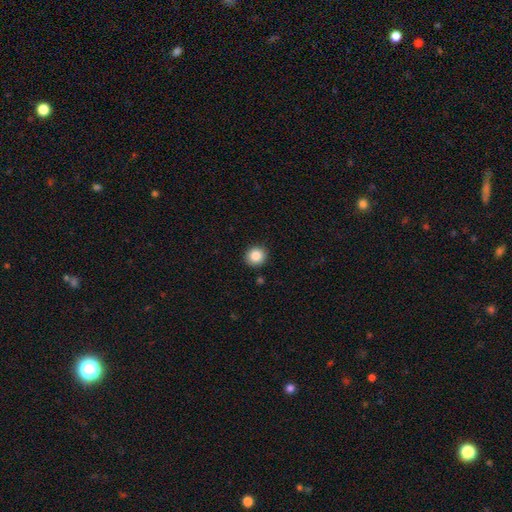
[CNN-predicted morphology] type=smooth (86%); roundness=round (89%); merging=none (91%).